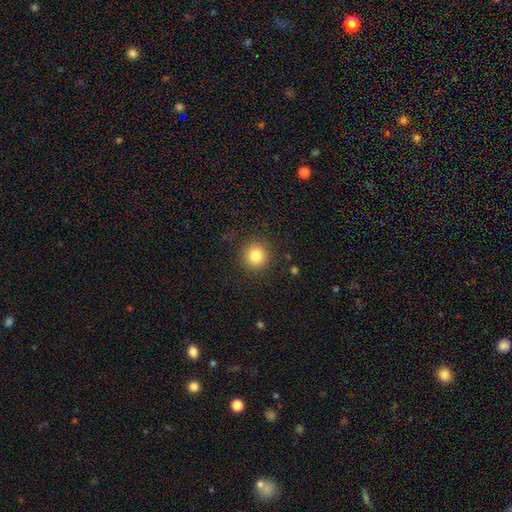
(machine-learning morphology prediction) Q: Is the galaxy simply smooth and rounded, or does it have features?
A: smooth — 82%.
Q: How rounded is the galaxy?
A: round — 93%.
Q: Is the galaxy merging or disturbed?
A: none — 89%.